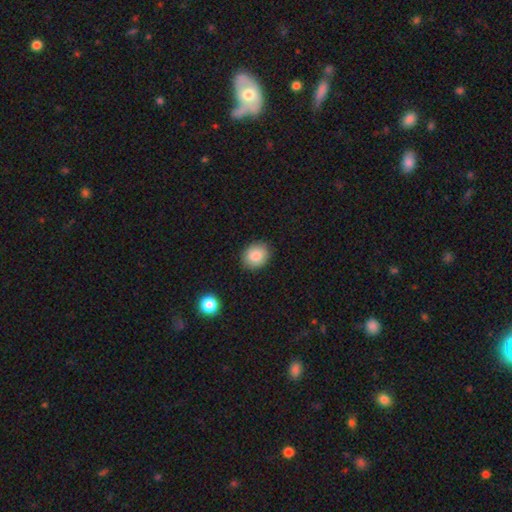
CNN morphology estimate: smooth 86%, star or artifact 8%, featured or disk 6%. Down the decision tree: how rounded — round (57%); merging — none (88%).